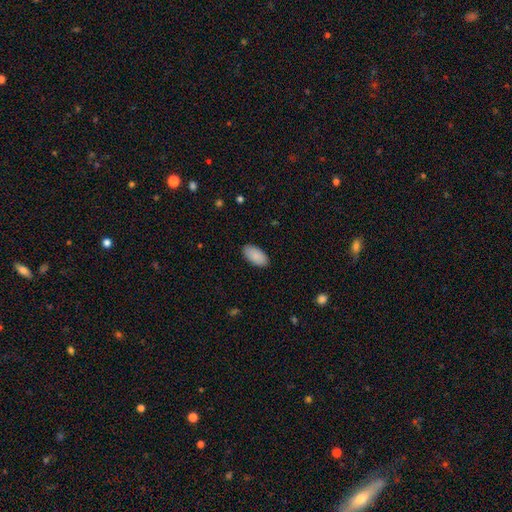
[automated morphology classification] Smooth or featured? smooth (90%)
How rounded? in between (96%)
Merging? none (88%)